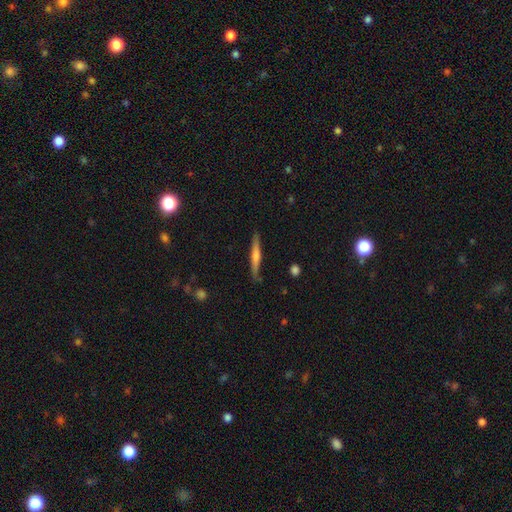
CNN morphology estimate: A featured or disk galaxy (59%) viewed edge-on (96%) with a rounded central bulge (65%).

Vote fractions:
- Smooth or featured? featured or disk: 59% / smooth: 35% / star or artifact: 6%
- Edge-on disk? yes: 96% / no: 4%
- Edge-on bulge? rounded: 65% / none: 24% / boxy: 11%
- Merging? none: 87% / minor disturbance: 10% / major disturbance: 2% / merger: 1%